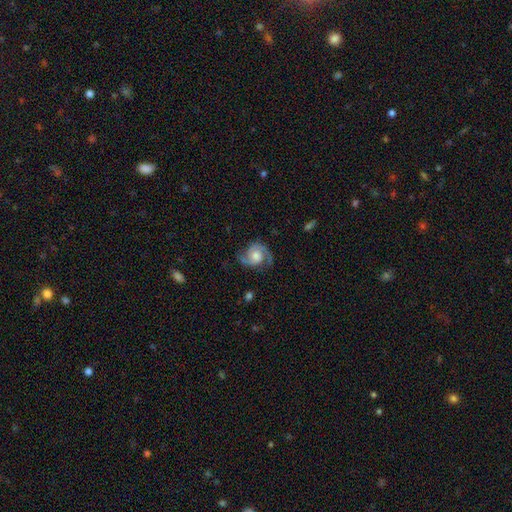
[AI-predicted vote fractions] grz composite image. It shows a featured or disk galaxy (86%) with no bar (68%), 2 (90%) medium (52%) spiral arms (97%) and a moderate central bulge (55%). Merging: none (74%).